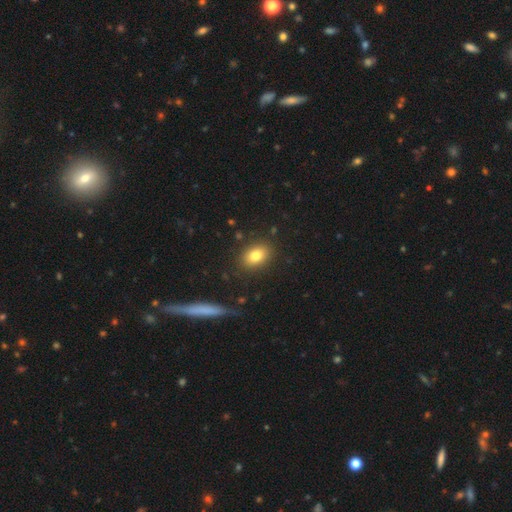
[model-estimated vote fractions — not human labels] Smooth or featured? smooth (80%)
How rounded? in between (73%)
Merging? none (86%)